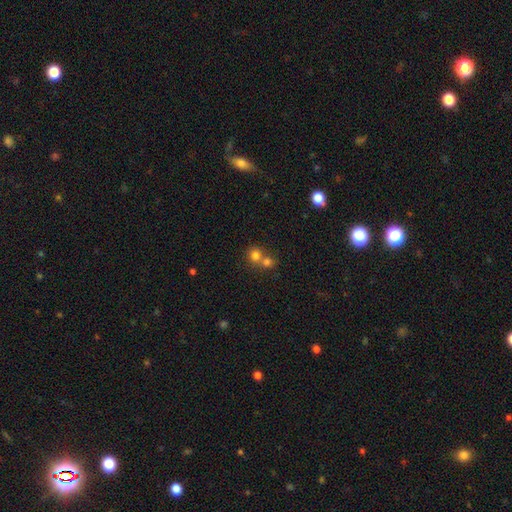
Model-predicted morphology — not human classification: Smooth or featured?
  - smooth: 77% *
  - star or artifact: 13%
  - featured or disk: 10%
How rounded?
  - round: 84% *
  - in between: 15%
  - cigar-shaped: 1%
Merging?
  - merger: 53% *
  - none: 40%
  - minor disturbance: 5%
  - major disturbance: 2%